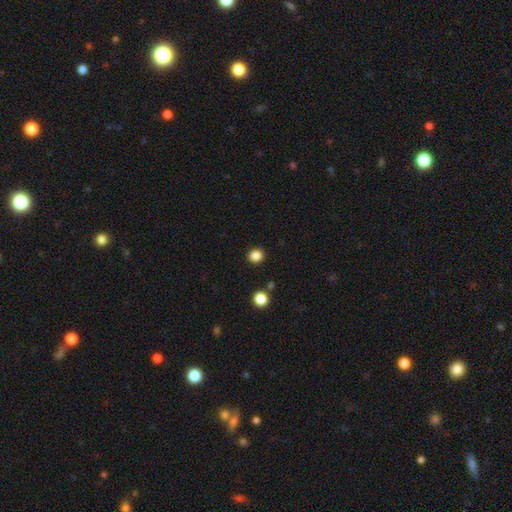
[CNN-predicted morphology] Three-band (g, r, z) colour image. It shows a smooth galaxy with no disk features (85%) that is round (90%). Merging: none (92%).